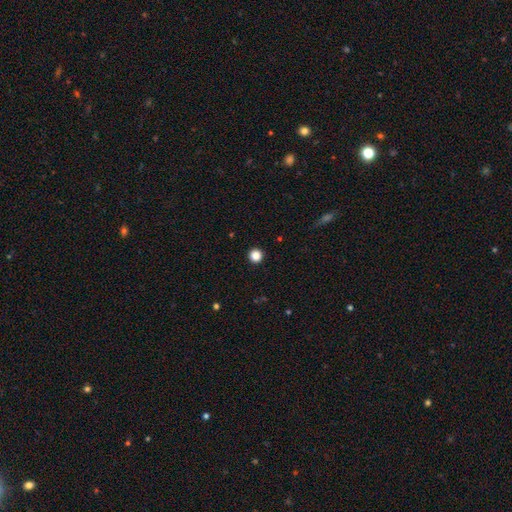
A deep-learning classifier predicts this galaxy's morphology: The model was most divided on "smooth or featured": smooth: 86%, star or artifact: 11%, featured or disk: 3%. More confident: how rounded — round (96%); merging — none (94%).